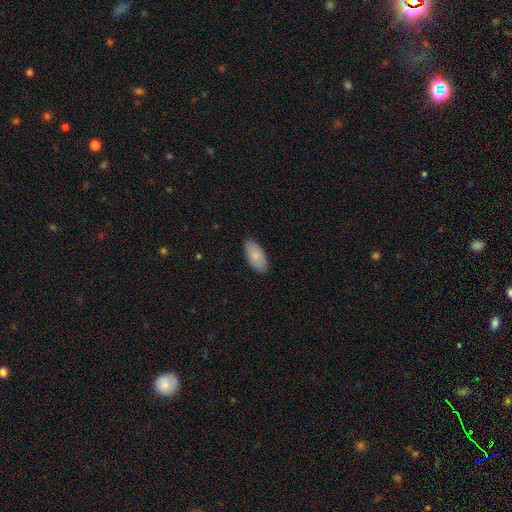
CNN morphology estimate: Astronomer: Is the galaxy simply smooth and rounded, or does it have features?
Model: smooth — 82%.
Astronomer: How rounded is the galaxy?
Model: in between — 93%.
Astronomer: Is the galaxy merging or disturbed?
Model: none — 87%.